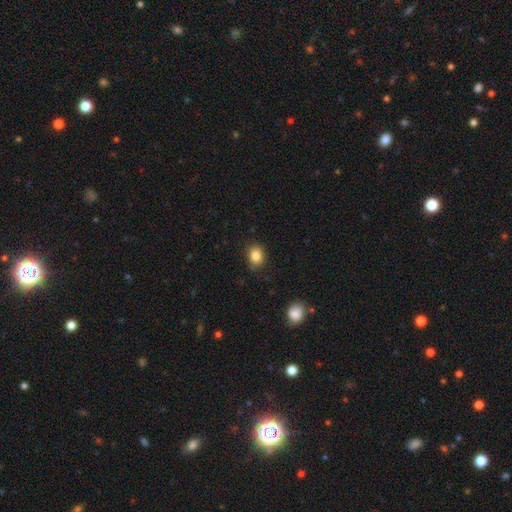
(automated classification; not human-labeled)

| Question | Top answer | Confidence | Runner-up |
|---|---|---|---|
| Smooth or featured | smooth | 85% | star or artifact (10%) |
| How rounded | round | 52% | in between (47%) |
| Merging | none | 81% | minor disturbance (15%) |